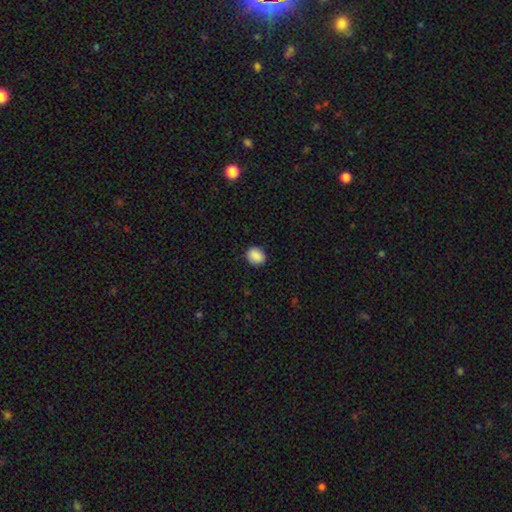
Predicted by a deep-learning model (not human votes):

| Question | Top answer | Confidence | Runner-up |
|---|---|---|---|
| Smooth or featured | smooth | 89% | star or artifact (8%) |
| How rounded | round | 53% | in between (46%) |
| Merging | none | 88% | minor disturbance (9%) |